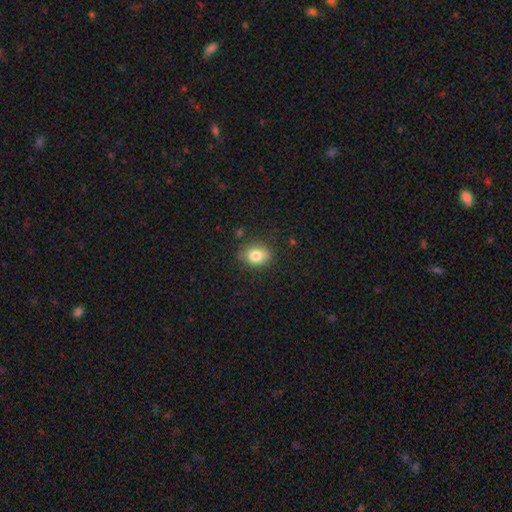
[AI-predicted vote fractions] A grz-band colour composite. It shows a smooth galaxy with no disk features (81%) that is in between round and cigar-shaped (60%). Merging: none (79%).